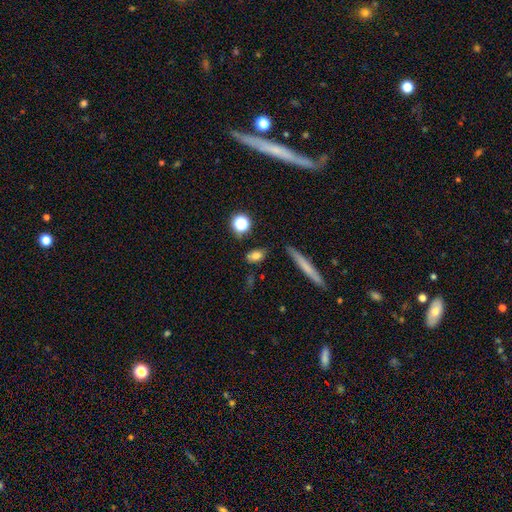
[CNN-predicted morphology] Overall: smooth (77%). How rounded: in between (75%). Merging: none (81%).